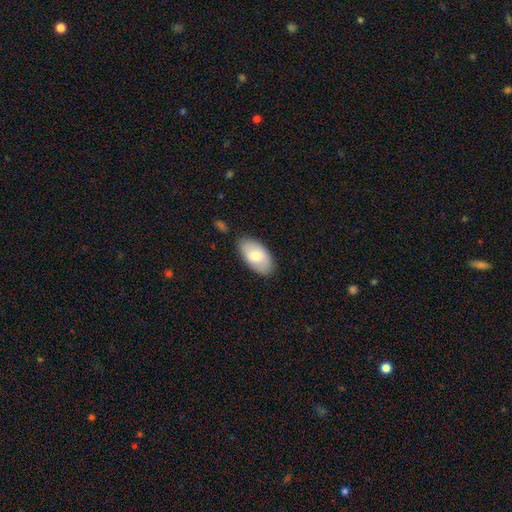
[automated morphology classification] smooth 70%, featured or disk 24%, star or artifact 6%. Down the decision tree: how rounded — in between (94%); merging — none (81%).